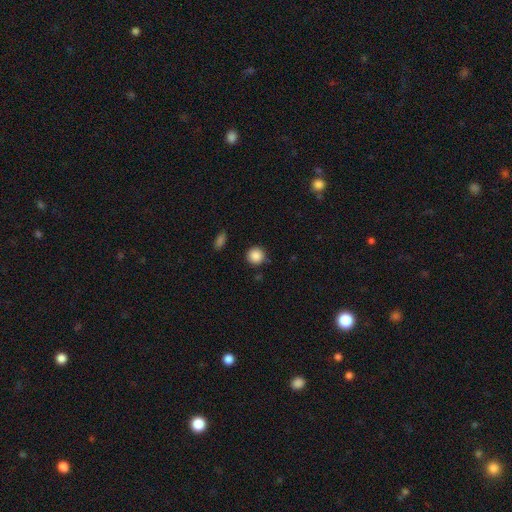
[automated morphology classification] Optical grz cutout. It shows a smooth galaxy with no disk features (88%) that is round (94%). Merging: none (86%).